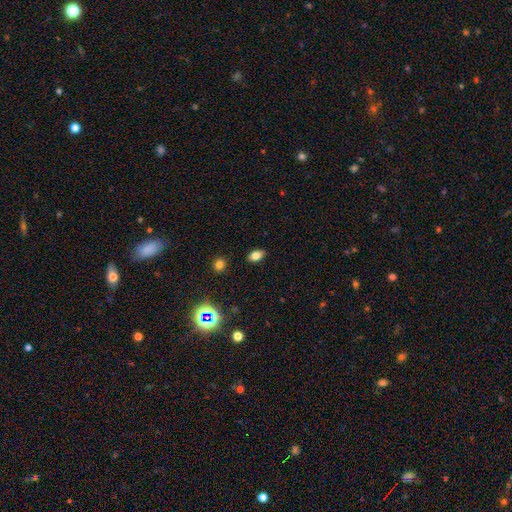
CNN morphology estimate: type=smooth (78%); roundness=in between (87%); merging=none (88%).